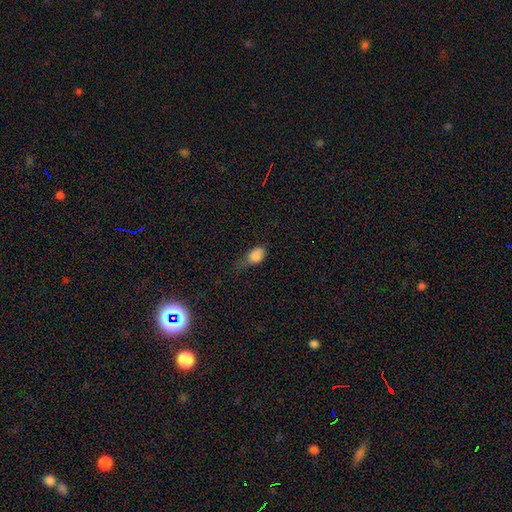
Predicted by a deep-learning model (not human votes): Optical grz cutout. It shows a smooth galaxy with no disk features (84%) that is in between round and cigar-shaped (83%). Merging: minor disturbance (41%).